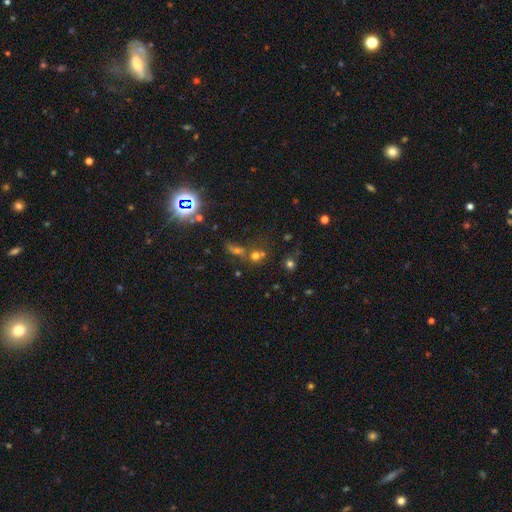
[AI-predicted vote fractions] A smooth galaxy with no disk features (56%) that is round (79%). Merging: none (47%).